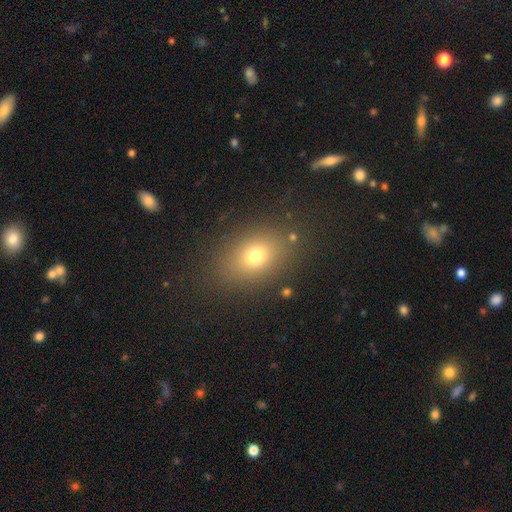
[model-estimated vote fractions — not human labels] smooth-or-featured: smooth: 70% | star or artifact: 16% | featured or disk: 14%
  how-rounded: in between: 67% | round: 32% | cigar-shaped: 2%
  merging: none: 75% | minor disturbance: 12% | merger: 8% | major disturbance: 6%